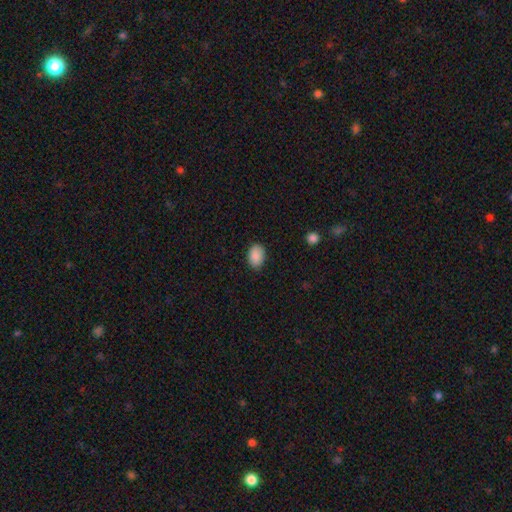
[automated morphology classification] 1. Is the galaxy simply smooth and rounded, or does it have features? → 89% smooth, 8% star or artifact, 3% featured or disk.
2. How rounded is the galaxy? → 84% in between, 15% round, 1% cigar-shaped.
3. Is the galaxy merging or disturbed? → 84% none, 12% minor disturbance, 2% major disturbance, 1% merger.